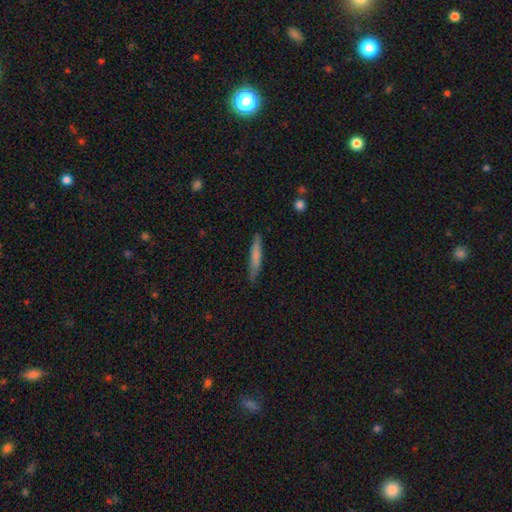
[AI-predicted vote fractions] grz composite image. It shows a smooth galaxy with no disk features (73%) that is cigar-shaped (92%). Merging: none (84%).